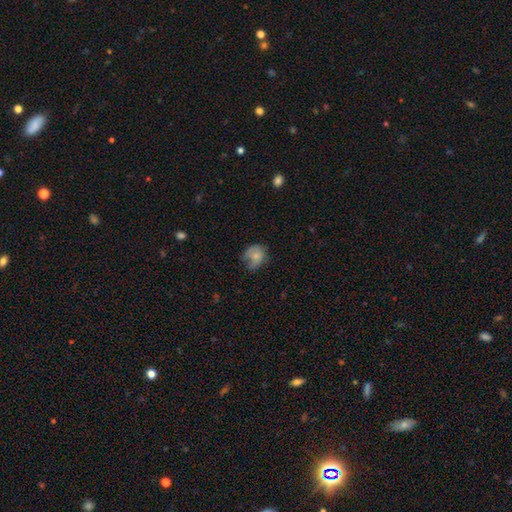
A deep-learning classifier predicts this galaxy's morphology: The model was most divided on "merging": none: 41%, minor disturbance: 35%, major disturbance: 22%, merger: 2%. More confident: smooth or featured — smooth (68%); how rounded — round (55%).